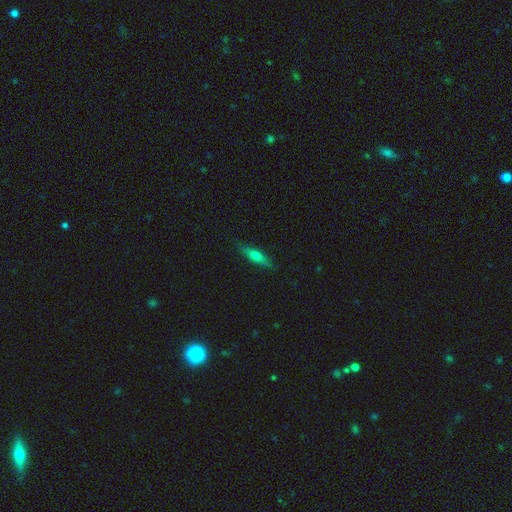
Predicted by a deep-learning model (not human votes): smooth_or_featured: smooth (p=0.49) [alt: featured or disk p=0.44]
merging: none (p=0.86) [alt: minor disturbance p=0.11]